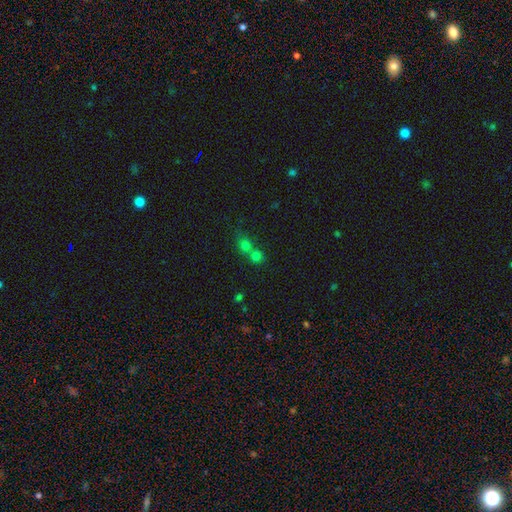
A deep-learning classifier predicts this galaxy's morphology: The model was most divided on "merging": merger: 51%, none: 41%, minor disturbance: 5%, major disturbance: 2%. More confident: how rounded — round (86%); smooth or featured — smooth (72%).